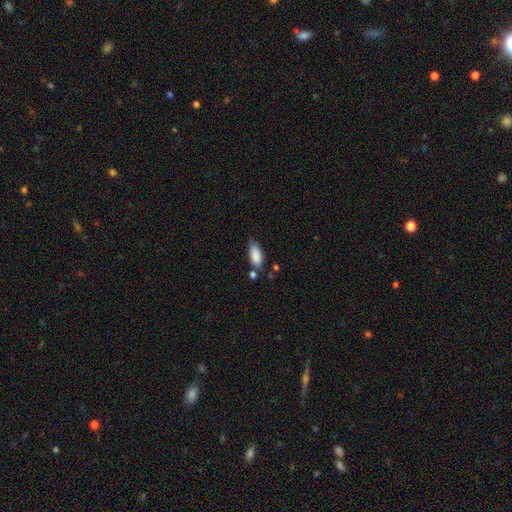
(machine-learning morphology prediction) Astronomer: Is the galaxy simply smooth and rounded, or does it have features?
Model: smooth — 86%.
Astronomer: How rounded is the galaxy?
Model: in between — 84%.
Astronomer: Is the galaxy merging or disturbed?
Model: none — 57%.